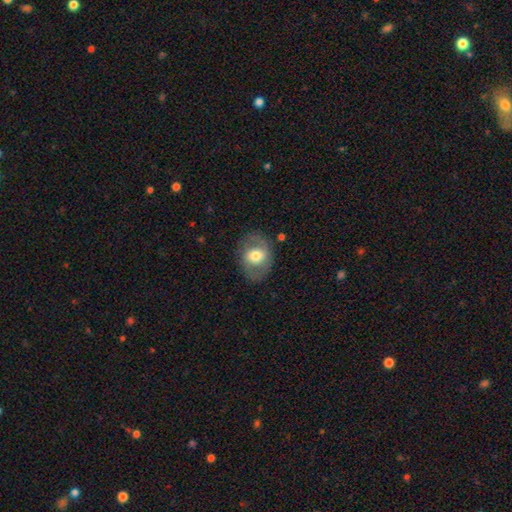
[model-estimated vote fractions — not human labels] smooth-or-featured: smooth: 49% | featured or disk: 44% | star or artifact: 7%
  merging: none: 78% | minor disturbance: 14% | major disturbance: 6% | merger: 1%